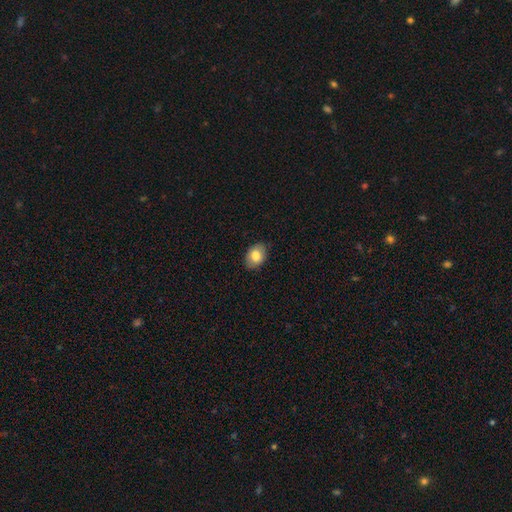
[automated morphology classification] type=smooth (82%); roundness=in between (79%); merging=none (87%).